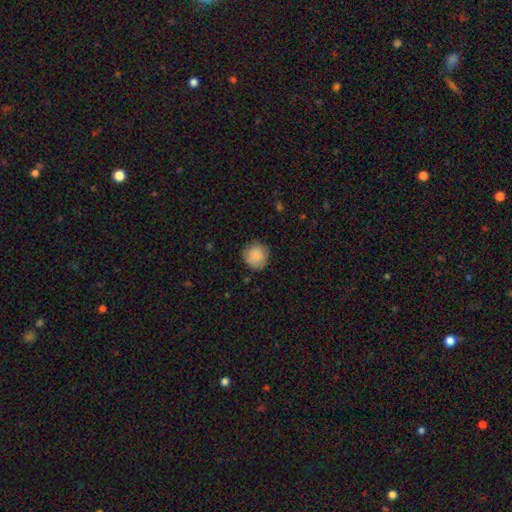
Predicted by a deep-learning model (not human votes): This appears to be a smooth galaxy with no disk features (88%) that is round (89%). Merging: none (82%).